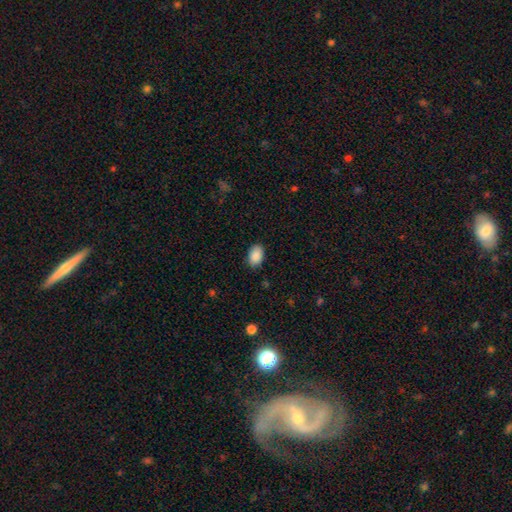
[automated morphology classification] type=smooth (90%); roundness=in between (89%); merging=none (85%).